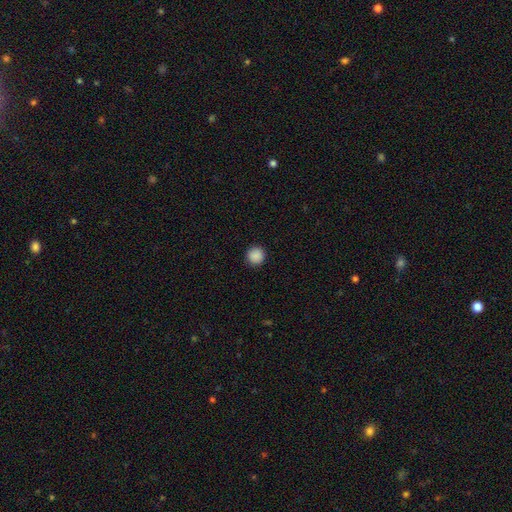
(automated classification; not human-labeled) A smooth galaxy with no disk features (89%) that is round (95%). Merging: none (92%).